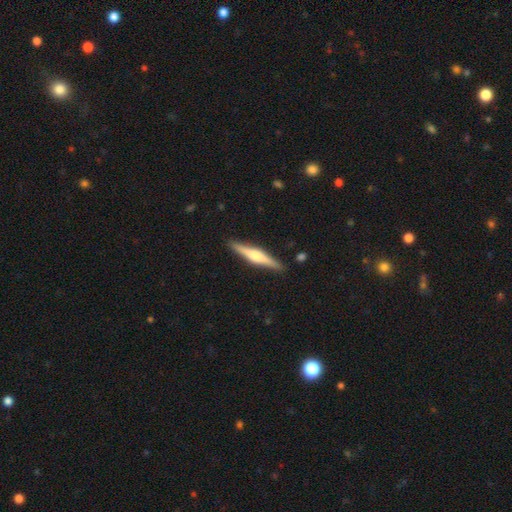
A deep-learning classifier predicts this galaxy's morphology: Smooth or featured: featured or disk — 64% (smooth — 31%)
Edge-on disk: yes — 98% (no — 2%)
Edge-on bulge: rounded — 81% (boxy — 12%)
Merging: none — 89% (minor disturbance — 8%)